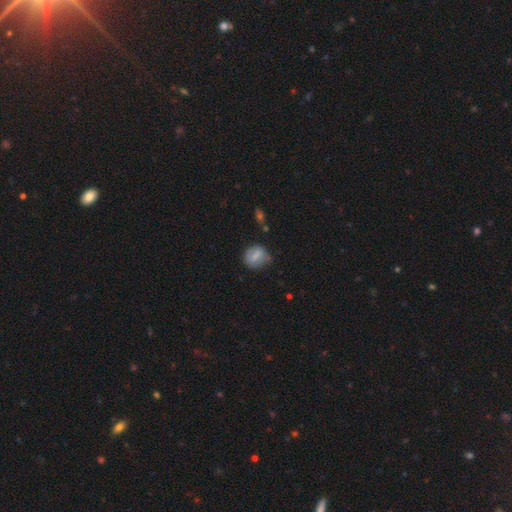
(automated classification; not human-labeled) smooth_or_featured: smooth (p=0.58) [alt: featured or disk p=0.33]
how_rounded: round (p=0.58) [alt: in between p=0.40]
merging: none (p=0.64) [alt: minor disturbance p=0.25]